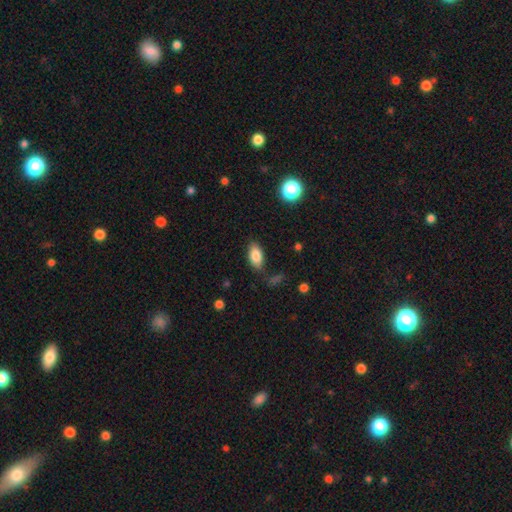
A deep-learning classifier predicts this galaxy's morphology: Q: Smooth or featured?
A: smooth (83%); runner-up: featured or disk (9%)
Q: How rounded?
A: in between (91%); runner-up: round (4%)
Q: Merging?
A: none (80%); runner-up: minor disturbance (14%)